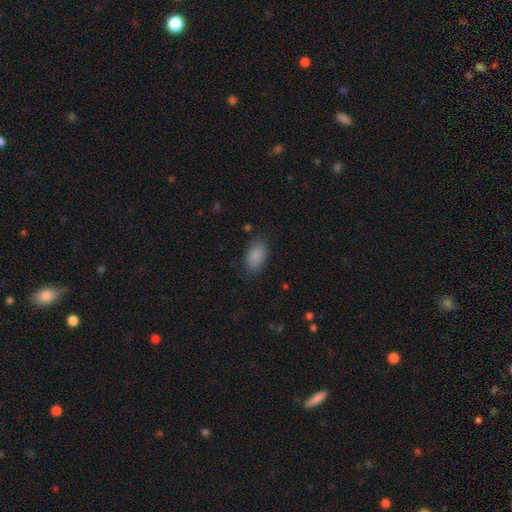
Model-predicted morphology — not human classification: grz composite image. It shows a smooth galaxy with no disk features (88%) that is in between round and cigar-shaped (92%). Merging: none (82%).